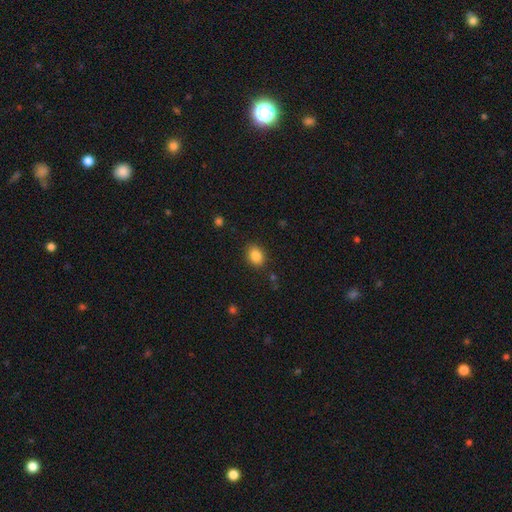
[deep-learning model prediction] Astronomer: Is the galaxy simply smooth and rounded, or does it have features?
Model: smooth — 86%.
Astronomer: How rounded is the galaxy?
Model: in between — 57% (runner-up: round, 42%).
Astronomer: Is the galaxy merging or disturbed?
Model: none — 86%.